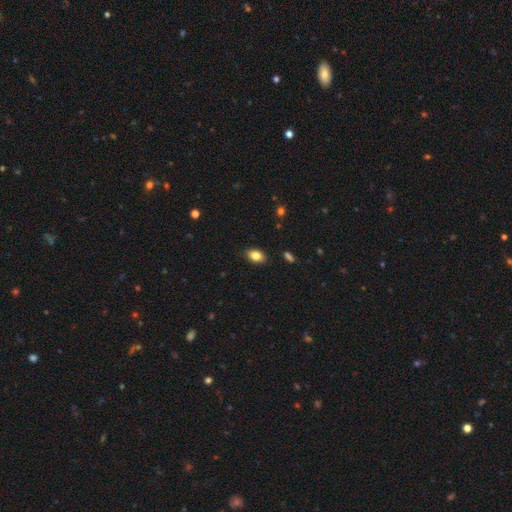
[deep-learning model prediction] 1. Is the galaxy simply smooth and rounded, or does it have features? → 83% smooth, 9% star or artifact, 8% featured or disk.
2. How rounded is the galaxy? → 87% in between, 11% round, 2% cigar-shaped.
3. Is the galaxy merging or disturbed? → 87% none, 9% minor disturbance, 2% major disturbance, 1% merger.